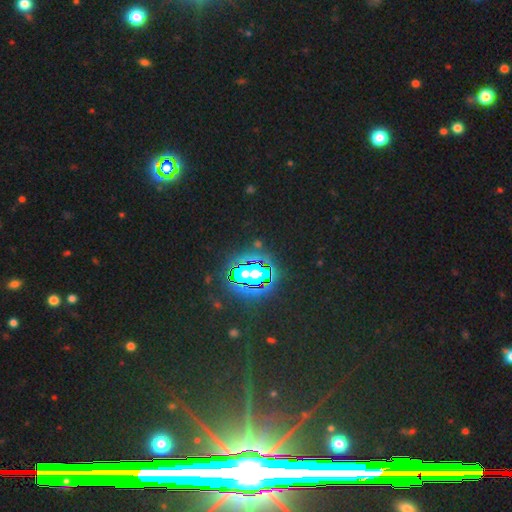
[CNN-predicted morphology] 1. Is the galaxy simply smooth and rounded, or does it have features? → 83% star or artifact, 9% featured or disk, 8% smooth.